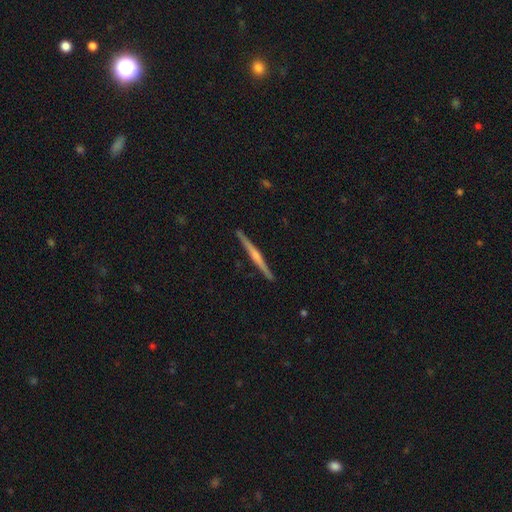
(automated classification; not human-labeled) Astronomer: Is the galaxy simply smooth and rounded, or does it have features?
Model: featured or disk — 72%.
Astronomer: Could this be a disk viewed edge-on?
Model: yes — 98%.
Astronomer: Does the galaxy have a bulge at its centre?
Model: rounded — 64%.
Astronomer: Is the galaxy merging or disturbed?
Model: none — 92%.